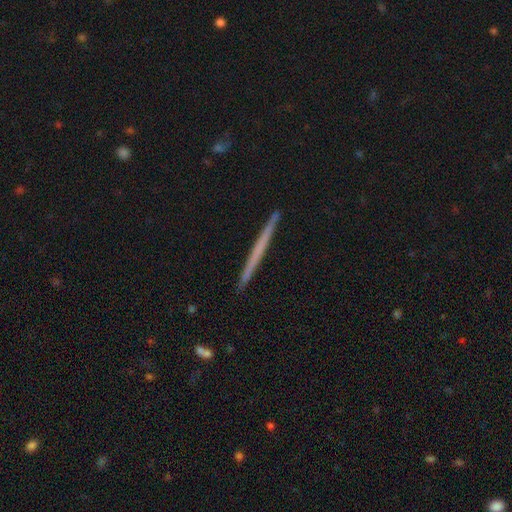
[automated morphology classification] Q: Smooth or featured?
A: featured or disk (50%); runner-up: smooth (45%)
Q: Merging?
A: none (93%); runner-up: minor disturbance (5%)